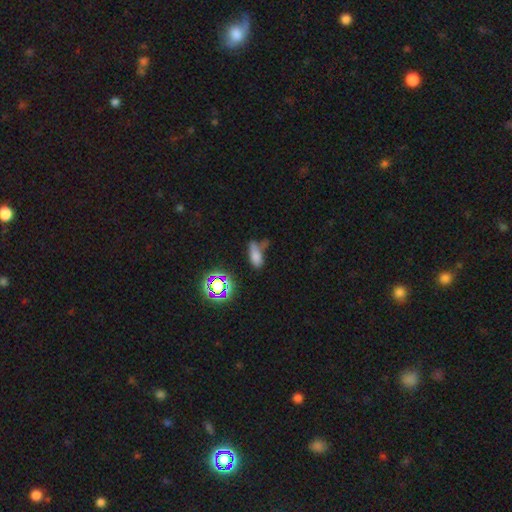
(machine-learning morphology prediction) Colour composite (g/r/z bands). It shows a smooth galaxy with no disk features (69%) that is in between round and cigar-shaped (77%). Merging: none (45%).